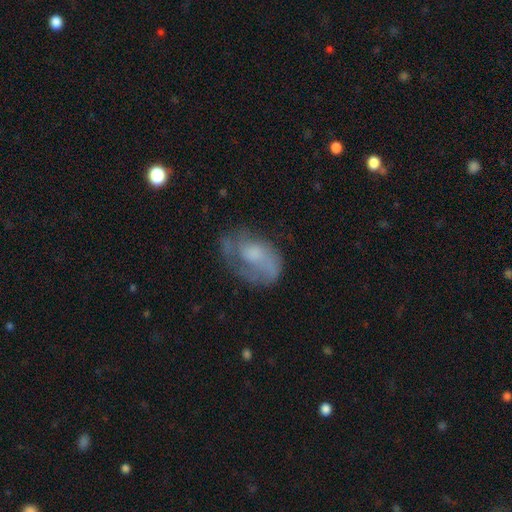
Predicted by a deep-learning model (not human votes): featured or disk 58%, smooth 33%, star or artifact 9%. Down the decision tree: edge-on disk — no (96%); bar — no (74%); spiral arms — yes (70%); bulge size — moderate (35%); merging — none (49%).